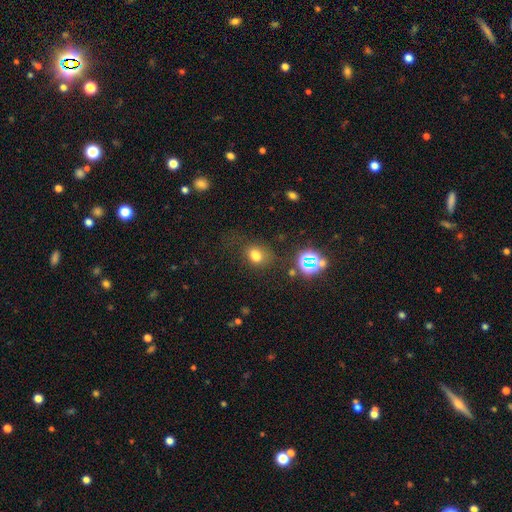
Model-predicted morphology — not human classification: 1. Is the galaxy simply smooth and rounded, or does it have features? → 71% smooth, 20% star or artifact, 9% featured or disk.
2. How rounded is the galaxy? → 56% in between, 42% round, 1% cigar-shaped.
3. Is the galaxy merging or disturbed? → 64% none, 19% minor disturbance, 11% major disturbance, 5% merger.